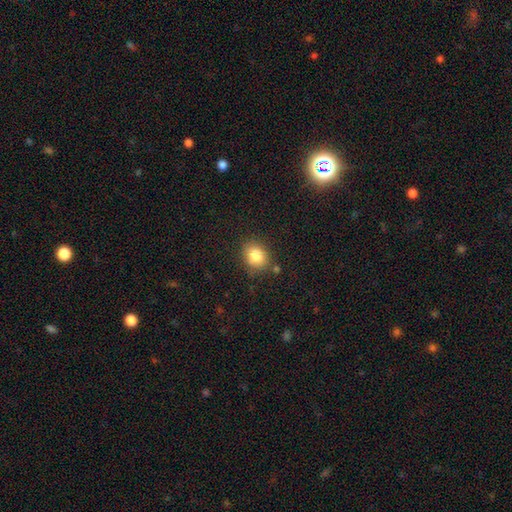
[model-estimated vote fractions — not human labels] This is clearly a smooth galaxy (83%). How rounded: possibly round (52%). Merging: likely none (79%).